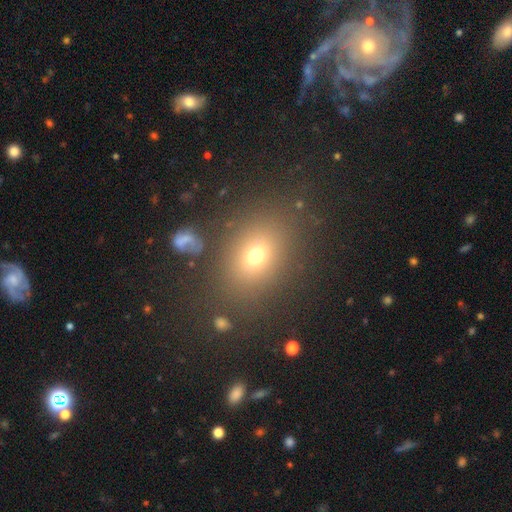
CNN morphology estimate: This appears to be a smooth galaxy with no disk features (69%) that is in between round and cigar-shaped (63%). Merging: none (82%).